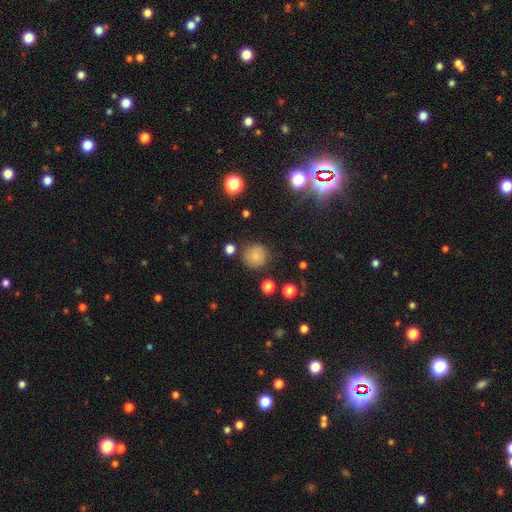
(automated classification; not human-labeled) Overall: smooth (81%). How rounded: round (93%). Merging: none (83%).